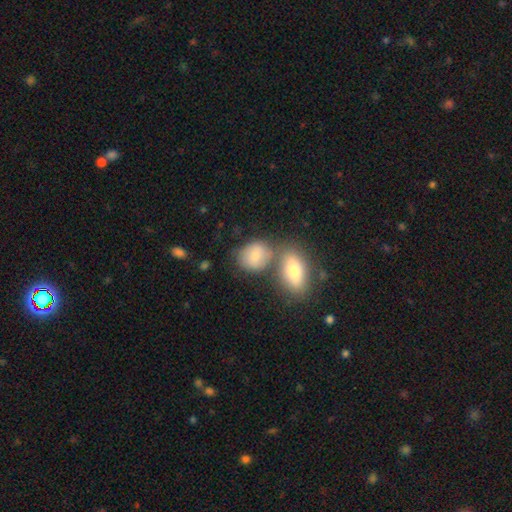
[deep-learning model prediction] smooth-or-featured: smooth: 77% | featured or disk: 15% | star or artifact: 8%
  how-rounded: in between: 52% | round: 46% | cigar-shaped: 2%
  merging: none: 46% | merger: 34% | minor disturbance: 15% | major disturbance: 6%